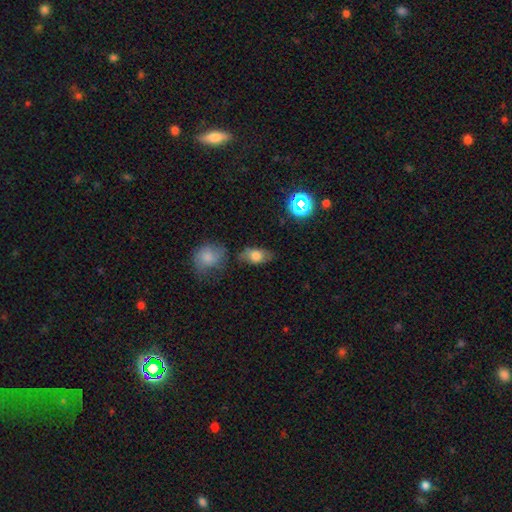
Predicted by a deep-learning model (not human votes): smooth_or_featured: smooth (p=0.73) [alt: featured or disk p=0.16]
how_rounded: in between (p=0.85) [alt: round p=0.11]
merging: none (p=0.66) [alt: minor disturbance p=0.20]